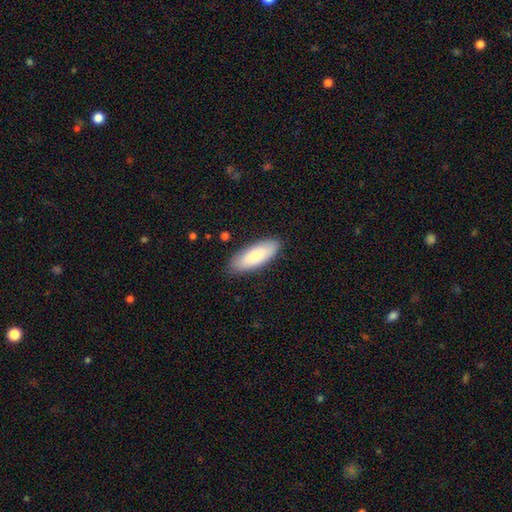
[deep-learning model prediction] Overall: smooth (82%). How rounded: in between (73%). Merging: none (86%).